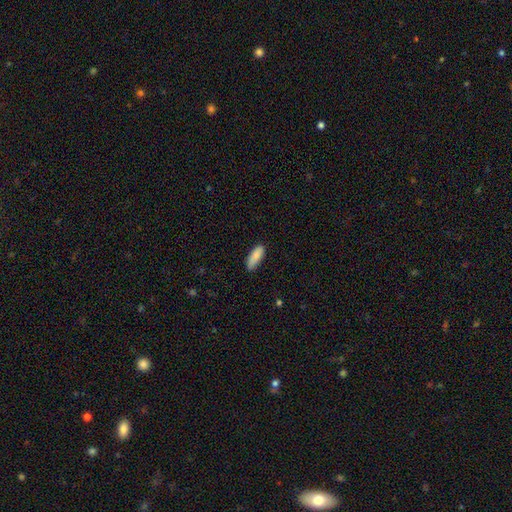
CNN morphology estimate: Smooth or featured?
  - smooth: 87% *
  - featured or disk: 7%
  - star or artifact: 6%
How rounded?
  - in between: 70% *
  - cigar-shaped: 28%
  - round: 2%
Merging?
  - none: 79% *
  - minor disturbance: 17%
  - major disturbance: 2%
  - merger: 1%